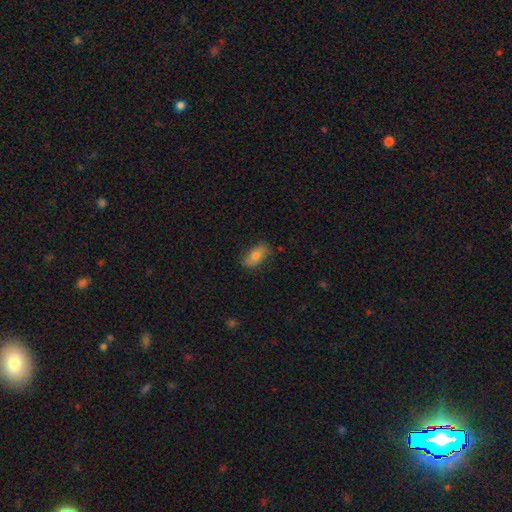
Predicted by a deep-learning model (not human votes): A smooth galaxy with no disk features (77%) that is in between round and cigar-shaped (88%).

Vote fractions:
- Smooth or featured? smooth: 77% / featured or disk: 15% / star or artifact: 7%
- How rounded? in between: 88% / cigar-shaped: 8% / round: 4%
- Merging? none: 82% / minor disturbance: 14% / major disturbance: 3% / merger: 1%